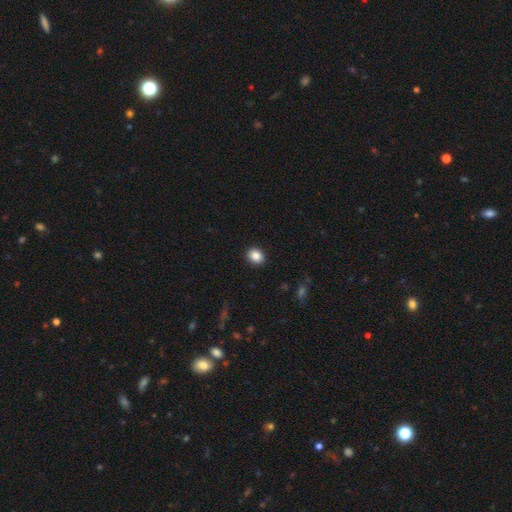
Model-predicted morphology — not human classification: Smooth or featured?
  - smooth: 87% *
  - star or artifact: 9%
  - featured or disk: 4%
How rounded?
  - round: 58% *
  - in between: 42%
  - cigar-shaped: 1%
Merging?
  - none: 91% *
  - minor disturbance: 6%
  - major disturbance: 2%
  - merger: 1%